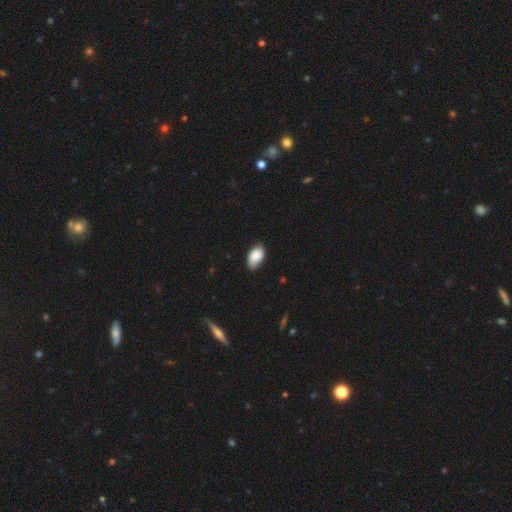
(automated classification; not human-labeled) This is clearly a smooth galaxy (86%). How rounded: clearly in between (94%). Merging: likely none (73%).